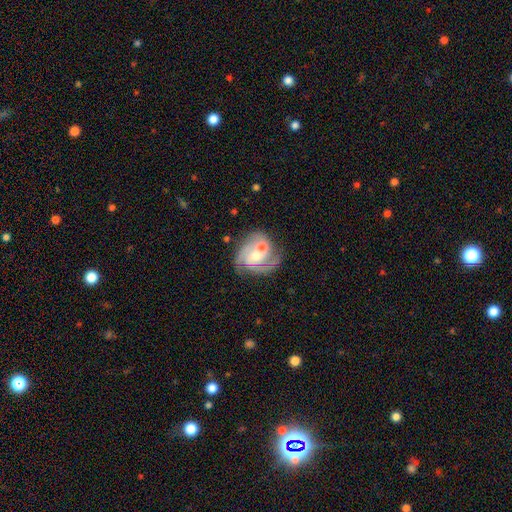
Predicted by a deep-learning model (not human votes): This is likely a featured or disk galaxy (77%). It is clearly not viewed edge-on (97%). Bar: likely no (67%). Spiral arm pattern: clearly yes (90%). Spiral arm count: possibly 2 (48%). Spiral winding: possibly tight (49%). Central bulge: likely moderate (65%). Merging: possibly merger (47%).